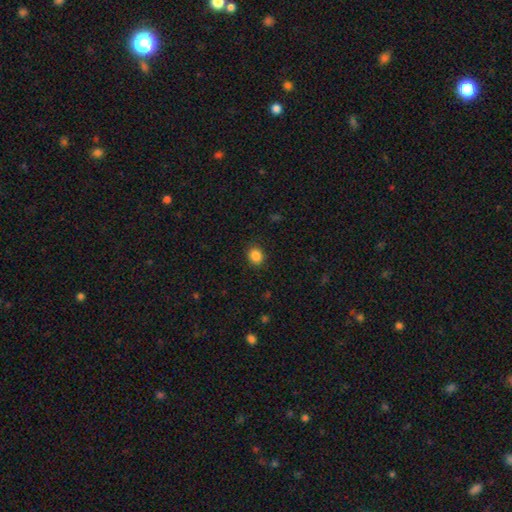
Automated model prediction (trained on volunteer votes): smooth_or_featured: smooth (p=0.86) [alt: star or artifact p=0.10]
how_rounded: round (p=0.73) [alt: in between p=0.26]
merging: none (p=0.90) [alt: minor disturbance p=0.07]